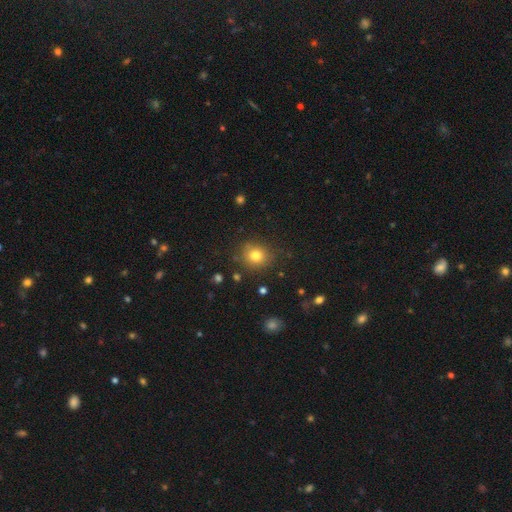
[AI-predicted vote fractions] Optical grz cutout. It shows a smooth galaxy with no disk features (79%) that is round (81%). Merging: none (82%).